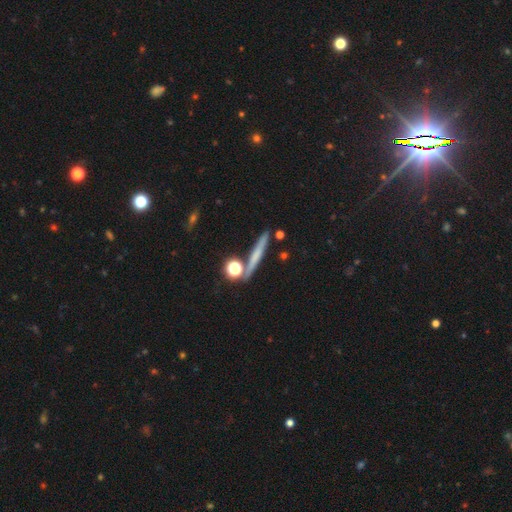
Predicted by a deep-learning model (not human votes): The model was most divided on "smooth or featured": smooth: 48%, featured or disk: 39%, star or artifact: 13%. More confident: merging — none (79%).